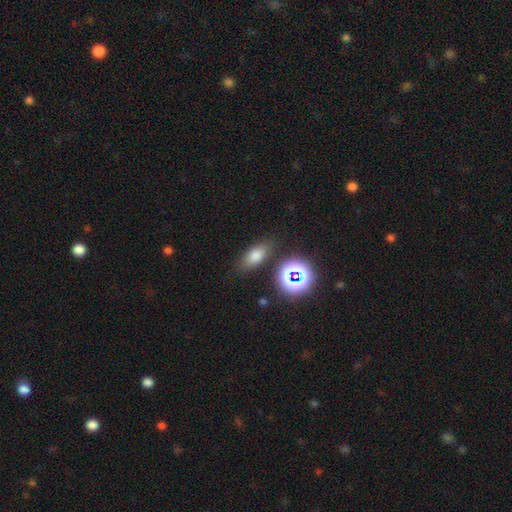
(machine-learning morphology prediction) Smooth or featured? Predicted: smooth (p=0.71). How rounded? Predicted: in between (p=0.78). Merging? Predicted: none (p=0.80).